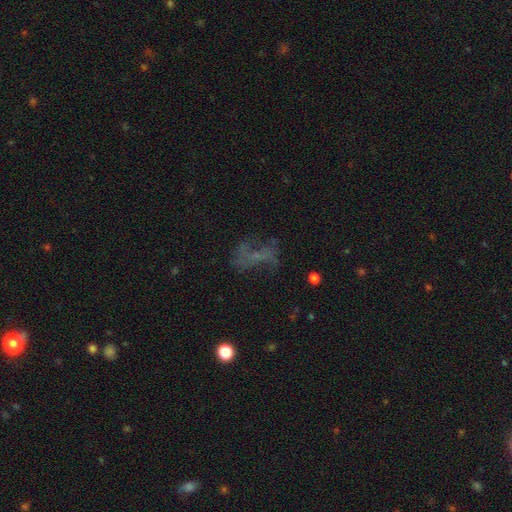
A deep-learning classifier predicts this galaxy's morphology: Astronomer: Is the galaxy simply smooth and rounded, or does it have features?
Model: featured or disk — 45% (runner-up: smooth, 27%).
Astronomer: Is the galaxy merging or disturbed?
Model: none — 45% (runner-up: major disturbance, 32%).